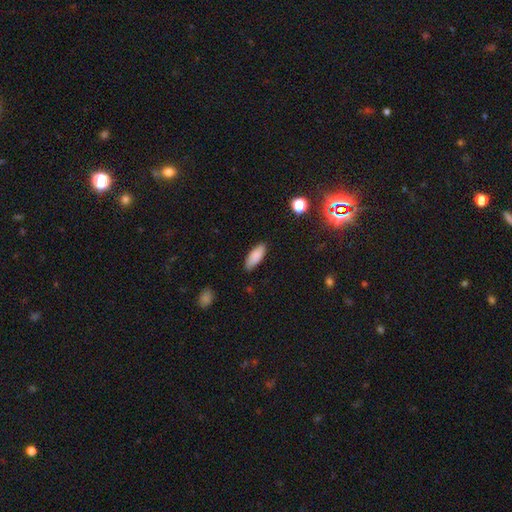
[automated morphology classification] Smooth or featured? smooth (86%)
How rounded? in between (73%)
Merging? none (84%)